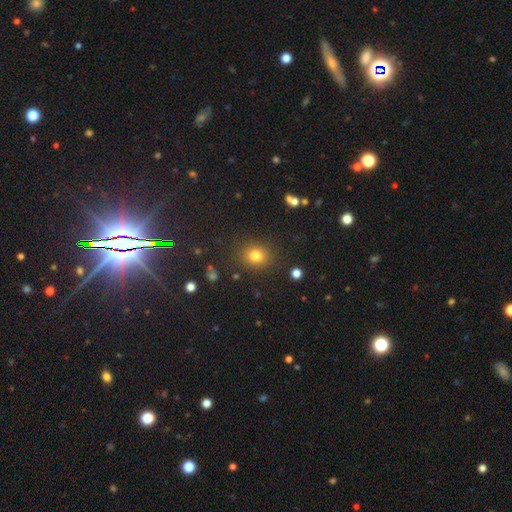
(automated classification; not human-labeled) smooth-or-featured: smooth: 78% | star or artifact: 15% | featured or disk: 7%
  how-rounded: round: 77% | in between: 22% | cigar-shaped: 1%
  merging: none: 86% | minor disturbance: 9% | major disturbance: 3% | merger: 2%